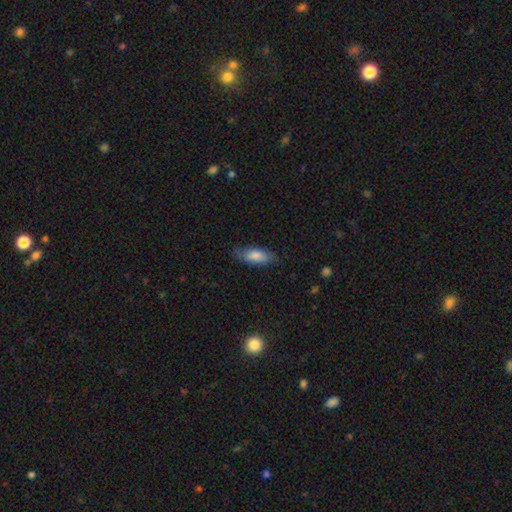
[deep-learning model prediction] Q: Smooth or featured?
A: smooth (81%); runner-up: featured or disk (13%)
Q: How rounded?
A: in between (78%); runner-up: cigar-shaped (20%)
Q: Merging?
A: none (75%); runner-up: minor disturbance (19%)